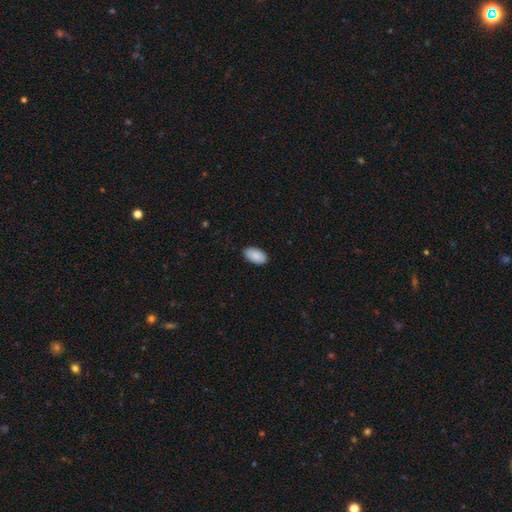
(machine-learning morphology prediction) This is clearly a smooth galaxy (90%). How rounded: clearly in between (96%). Merging: clearly none (89%).